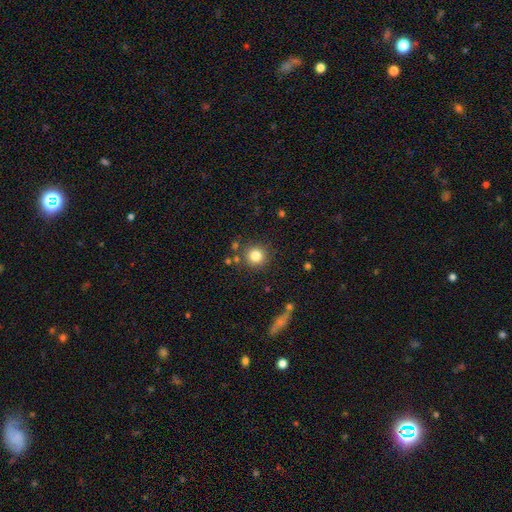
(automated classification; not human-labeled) Overall: smooth (82%). How rounded: round (93%). Merging: none (83%).